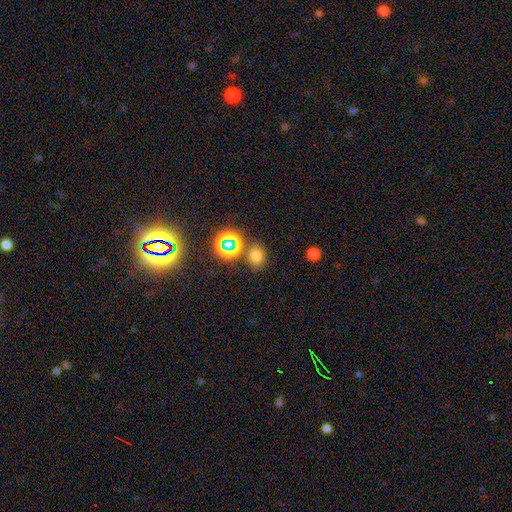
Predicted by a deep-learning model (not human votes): smooth-or-featured: smooth: 67% | star or artifact: 26% | featured or disk: 7%
  how-rounded: round: 65% | in between: 33% | cigar-shaped: 1%
  merging: none: 77% | minor disturbance: 10% | merger: 9% | major disturbance: 4%